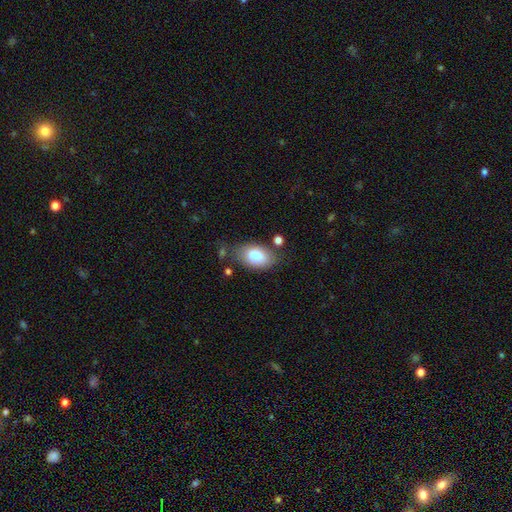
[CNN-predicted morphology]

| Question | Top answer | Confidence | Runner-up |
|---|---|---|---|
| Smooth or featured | smooth | 83% | featured or disk (10%) |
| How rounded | in between | 92% | round (7%) |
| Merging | none | 71% | minor disturbance (18%) |